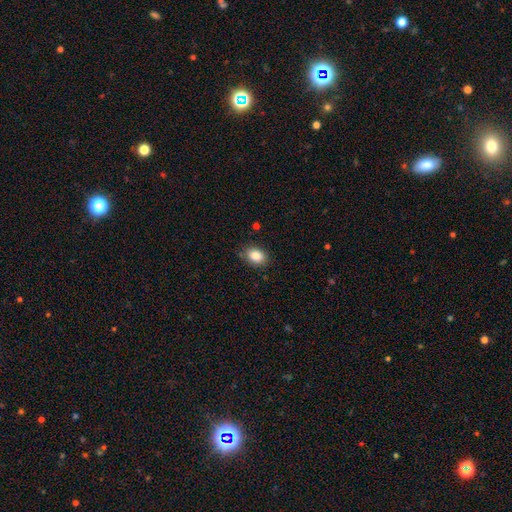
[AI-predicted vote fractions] smooth-or-featured: smooth: 86% | star or artifact: 8% | featured or disk: 5%
  how-rounded: in between: 73% | round: 26% | cigar-shaped: 1%
  merging: none: 82% | minor disturbance: 14% | major disturbance: 3% | merger: 1%